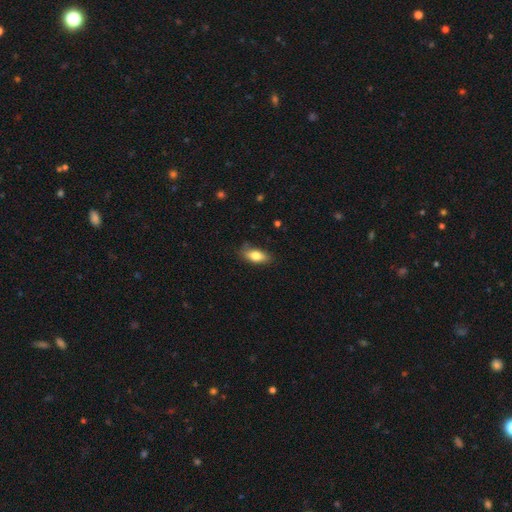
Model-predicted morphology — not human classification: A smooth galaxy with no disk features (76%) that is in between round and cigar-shaped (82%). Merging: none (74%).